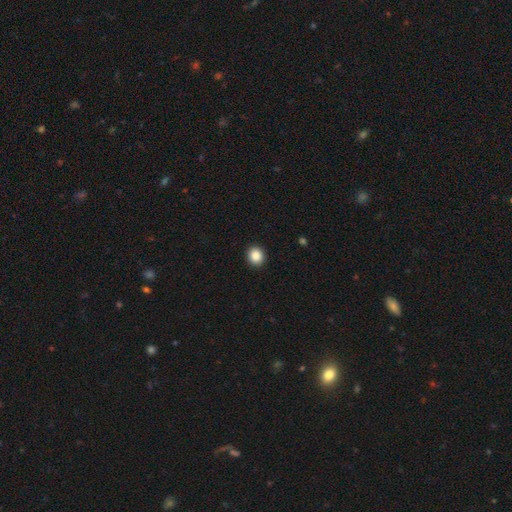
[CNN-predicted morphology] A smooth galaxy with no disk features (87%) that is round (83%).

Vote fractions:
- Smooth or featured? smooth: 87% / star or artifact: 9% / featured or disk: 4%
- How rounded? round: 83% / in between: 16% / cigar-shaped: 1%
- Merging? none: 93% / minor disturbance: 5% / major disturbance: 1% / merger: 1%